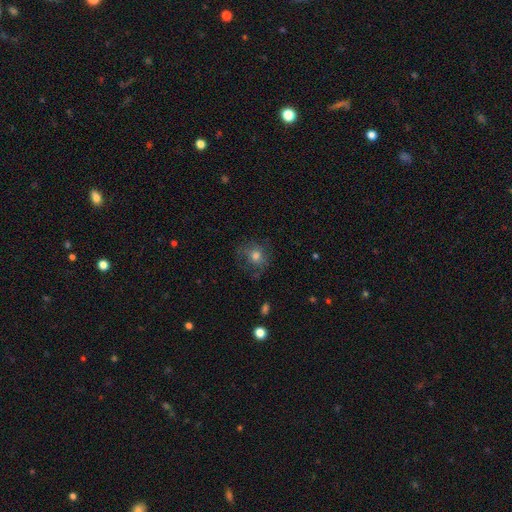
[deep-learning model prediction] Morphology: type=smooth (62%); roundness=round (76%); merging=none (66%).